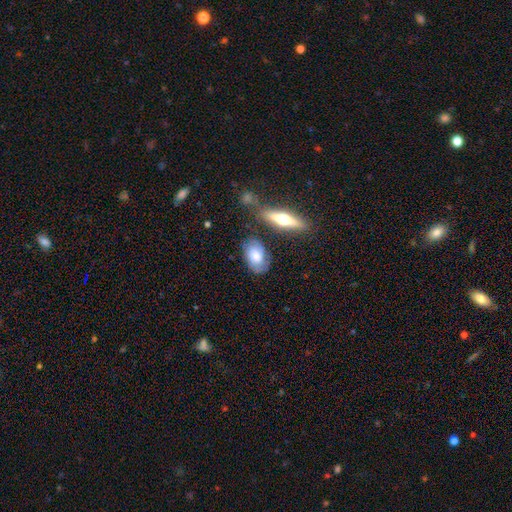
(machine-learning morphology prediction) Smooth or featured? Predicted: smooth (p=0.53). How rounded? Predicted: in between (p=0.88). Merging? Predicted: none (p=0.69).